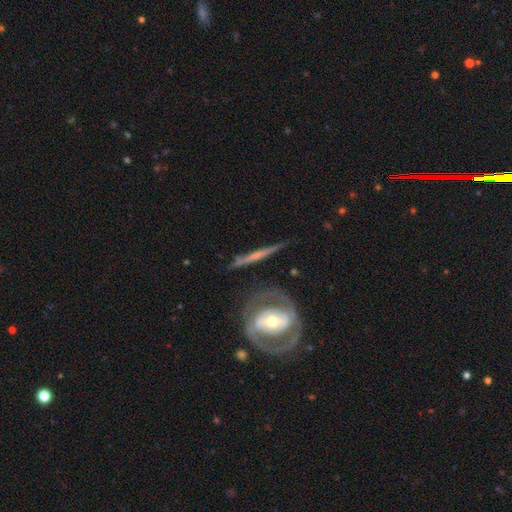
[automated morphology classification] Smooth or featured? Predicted: featured or disk (p=0.71). Edge-on disk? Predicted: yes (p=0.75). Edge-on bulge? Predicted: none (p=0.53). Merging? Predicted: none (p=0.77).